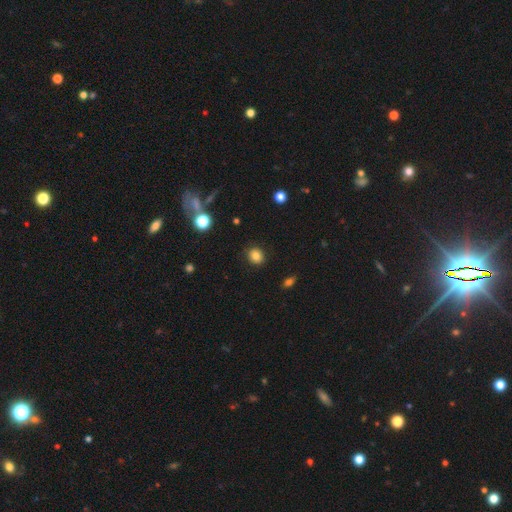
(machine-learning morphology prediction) Smooth or featured? smooth (83%)
How rounded? round (76%)
Merging? none (88%)